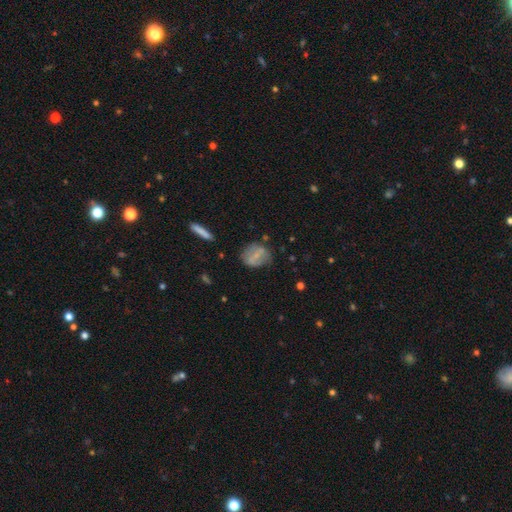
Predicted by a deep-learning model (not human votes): smooth-or-featured: smooth: 53% | featured or disk: 39% | star or artifact: 9%
  how-rounded: round: 50% | in between: 47% | cigar-shaped: 4%
  merging: none: 67% | minor disturbance: 20% | major disturbance: 9% | merger: 4%